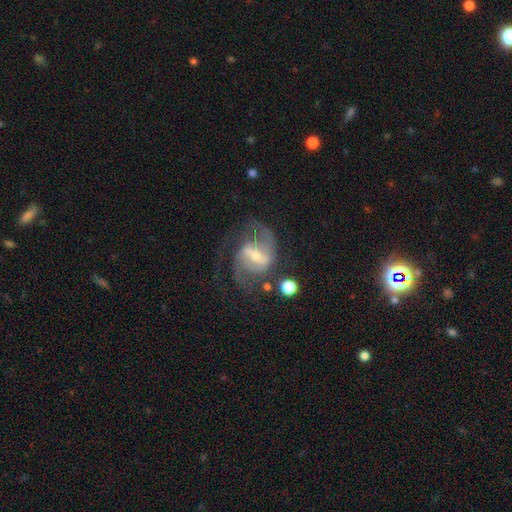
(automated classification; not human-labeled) This is clearly a featured or disk galaxy (86%). It is clearly not viewed edge-on (97%). Bar: possibly strong (47%). Spiral arm pattern: clearly yes (94%). Spiral arm count: likely 2 (79%). Spiral winding: possibly medium (53%). Central bulge: possibly small (51%). Merging: possibly none (60%).